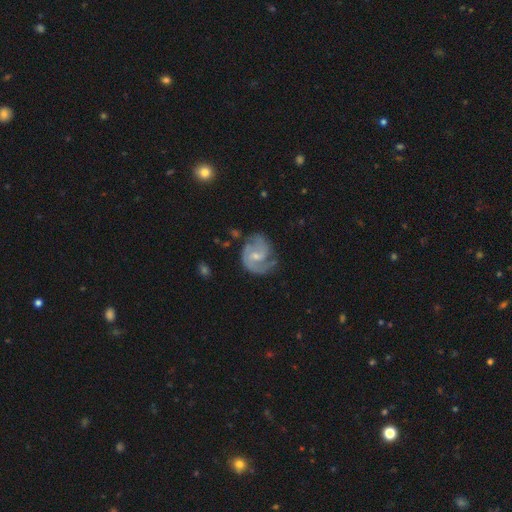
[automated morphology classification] A featured or disk galaxy (82%) with a weak bar (48%), 2 (61%) medium (49%) spiral arms (95%) and a small central bulge (58%). Merging: none (59%).